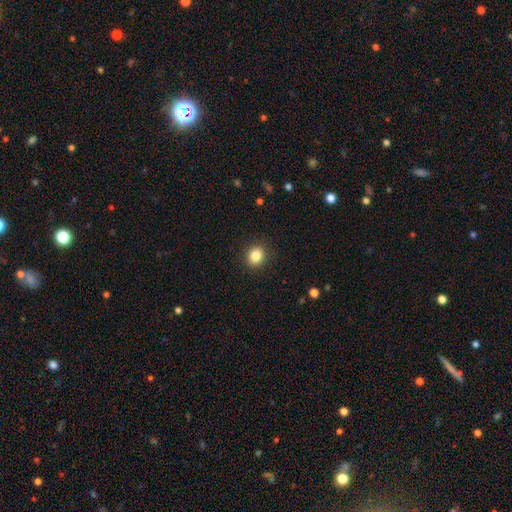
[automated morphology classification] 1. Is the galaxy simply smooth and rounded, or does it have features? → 84% smooth, 11% star or artifact, 5% featured or disk.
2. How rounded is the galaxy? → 75% round, 24% in between, 1% cigar-shaped.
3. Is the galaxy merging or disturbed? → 91% none, 6% minor disturbance, 2% major disturbance, 1% merger.